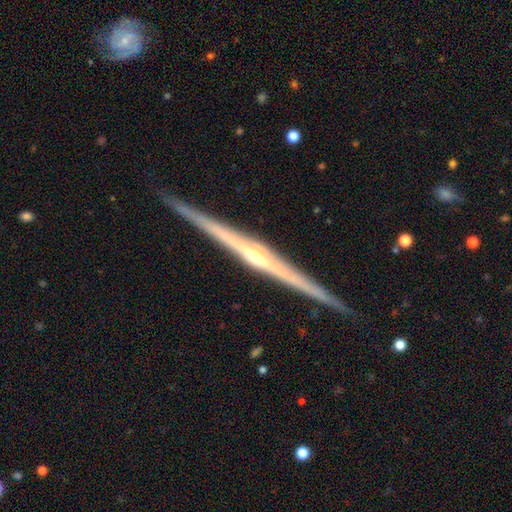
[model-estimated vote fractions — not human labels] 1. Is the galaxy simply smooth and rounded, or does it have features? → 88% featured or disk, 8% smooth, 5% star or artifact.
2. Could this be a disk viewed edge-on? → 99% yes, 1% no.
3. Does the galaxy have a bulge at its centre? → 74% rounded, 19% none, 7% boxy.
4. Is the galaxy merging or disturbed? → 91% none, 6% minor disturbance, 1% major disturbance, 1% merger.